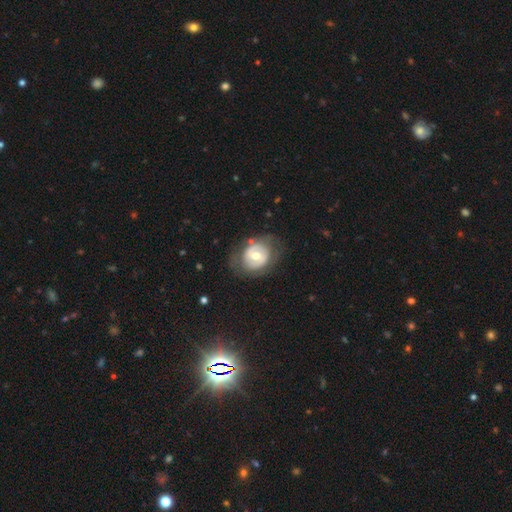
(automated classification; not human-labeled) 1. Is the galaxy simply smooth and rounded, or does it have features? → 56% featured or disk, 38% smooth, 6% star or artifact.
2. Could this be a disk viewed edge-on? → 96% no, 4% yes.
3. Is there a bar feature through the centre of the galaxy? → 58% no, 29% weak, 13% strong.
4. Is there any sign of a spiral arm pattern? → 70% no, 30% yes.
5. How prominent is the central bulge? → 73% moderate, 18% small, 8% large, 1% dominant, 1% none.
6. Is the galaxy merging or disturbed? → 69% none, 18% minor disturbance, 11% major disturbance, 2% merger.